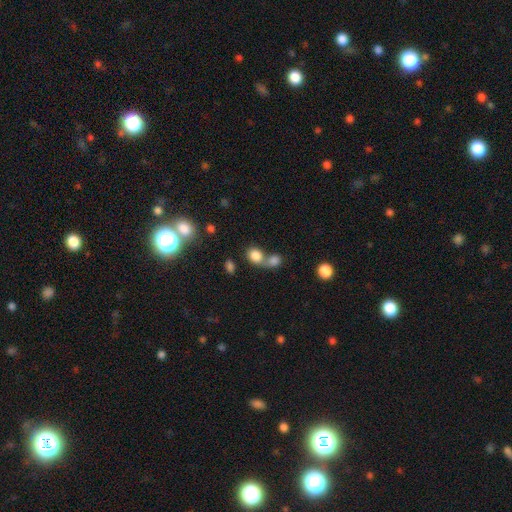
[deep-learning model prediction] The model was most divided on "how rounded": round: 52%, in between: 46%, cigar-shaped: 2%. More confident: smooth or featured — smooth (80%); merging — merger (59%).